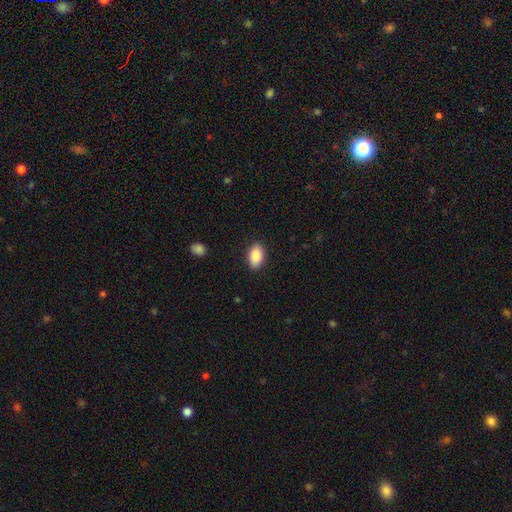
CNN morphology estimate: smooth 87%, star or artifact 7%, featured or disk 6%. Down the decision tree: how rounded — in between (92%); merging — none (88%).